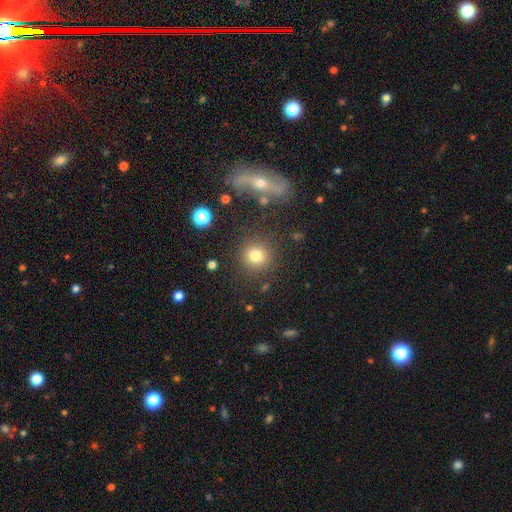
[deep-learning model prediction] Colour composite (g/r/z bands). It shows a smooth galaxy with no disk features (78%) that is round (91%). Merging: none (85%).